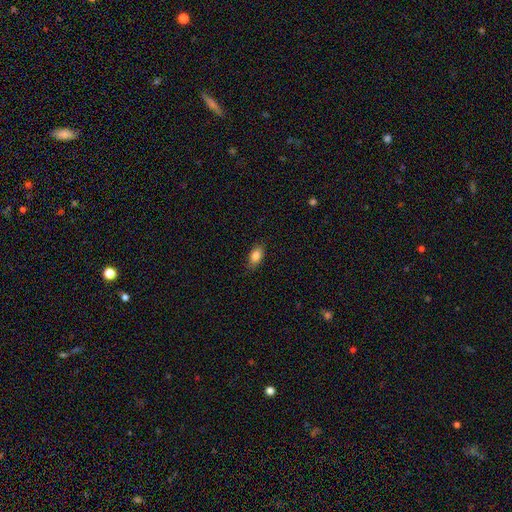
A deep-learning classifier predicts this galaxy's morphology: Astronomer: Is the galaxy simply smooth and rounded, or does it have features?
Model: smooth — 85%.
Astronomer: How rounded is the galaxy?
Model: in between — 89%.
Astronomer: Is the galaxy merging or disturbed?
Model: none — 82%.